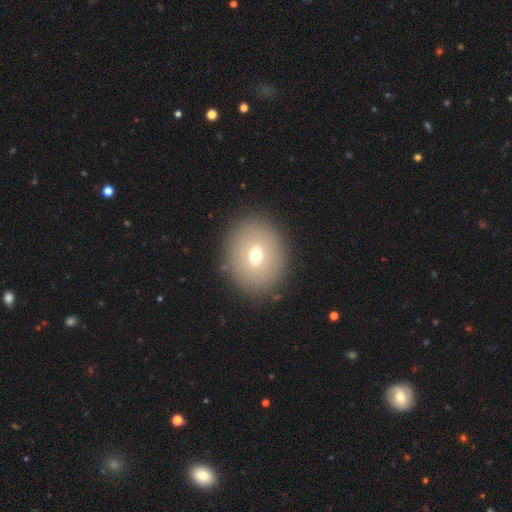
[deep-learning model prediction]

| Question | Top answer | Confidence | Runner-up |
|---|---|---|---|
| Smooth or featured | smooth | 66% | featured or disk (23%) |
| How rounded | round | 57% | in between (42%) |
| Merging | none | 87% | minor disturbance (8%) |